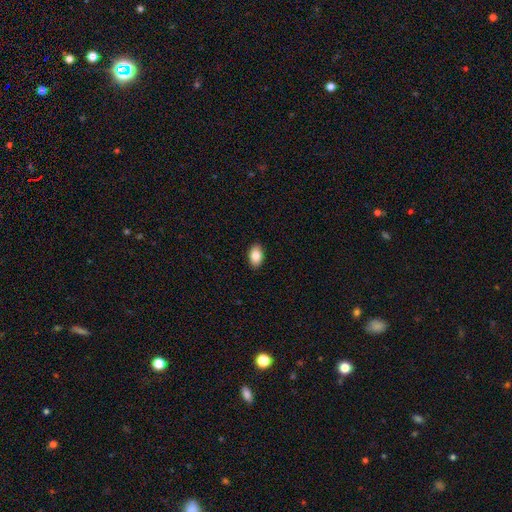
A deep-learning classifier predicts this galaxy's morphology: smooth 87%, star or artifact 7%, featured or disk 6%. Down the decision tree: how rounded — in between (91%); merging — none (90%).